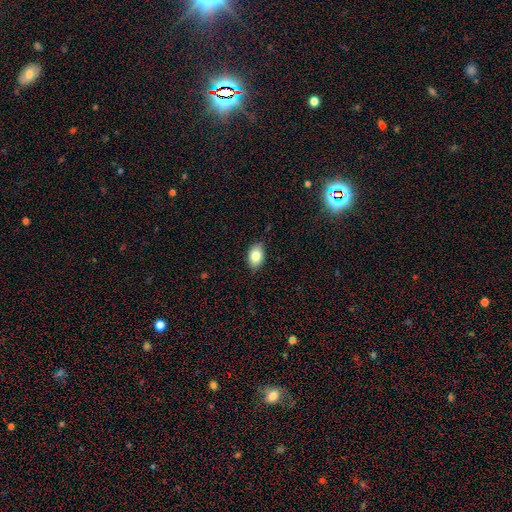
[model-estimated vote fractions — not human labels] This is clearly a smooth galaxy (82%). How rounded: clearly in between (87%). Merging: clearly none (82%).